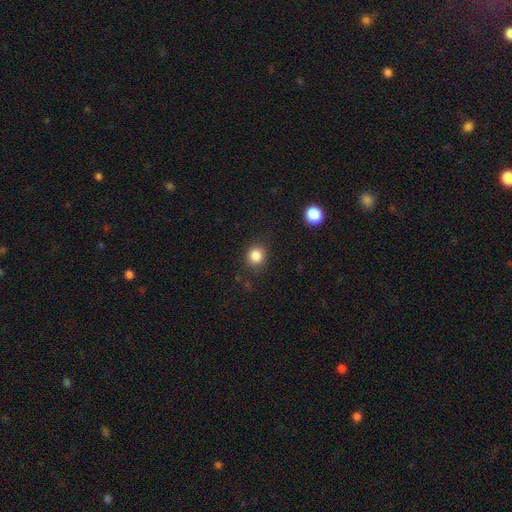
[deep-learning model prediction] This appears to be a smooth galaxy with no disk features (84%) that is round (81%). Merging: none (86%).